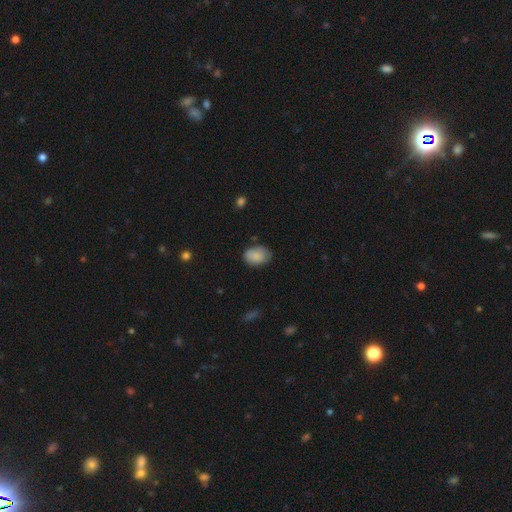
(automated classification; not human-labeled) Overall: smooth (85%). How rounded: in between (83%). Merging: none (71%).